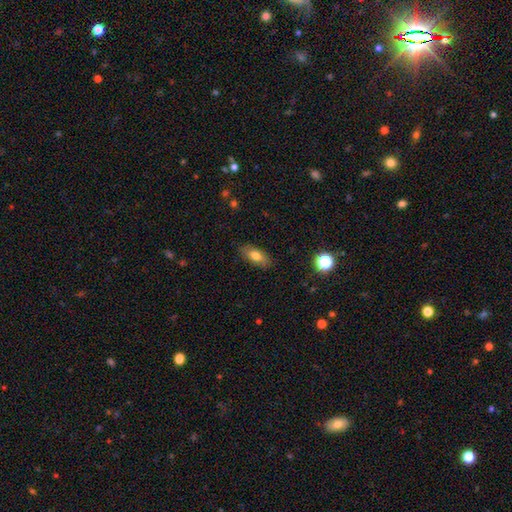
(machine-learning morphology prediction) type=smooth (73%); roundness=in between (80%); merging=none (86%).